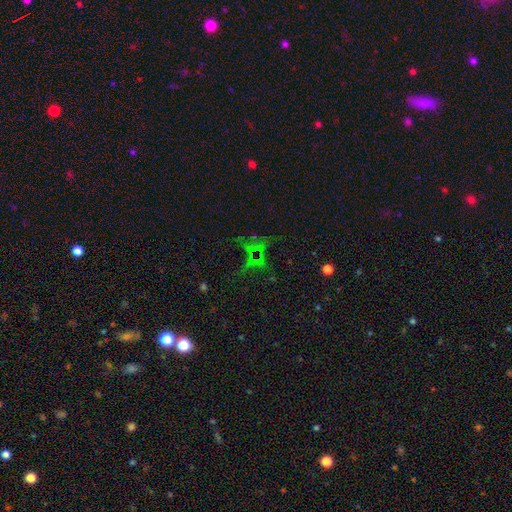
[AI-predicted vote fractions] A star or artifact, not a galaxy (66%).